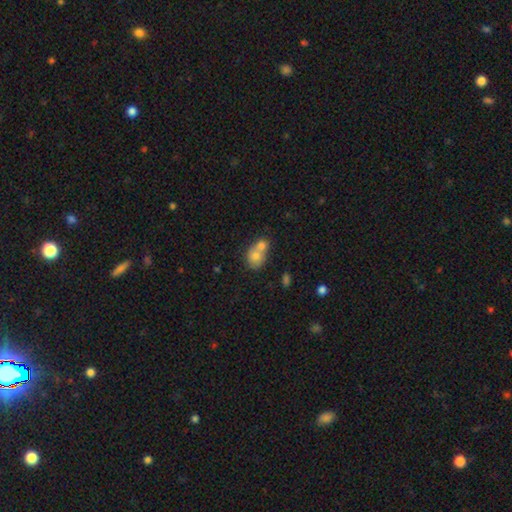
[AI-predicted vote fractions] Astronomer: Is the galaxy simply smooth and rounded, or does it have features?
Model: smooth — 74%.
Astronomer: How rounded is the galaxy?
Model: round — 55% (runner-up: in between, 44%).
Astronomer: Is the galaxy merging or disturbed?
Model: merger — 67%.